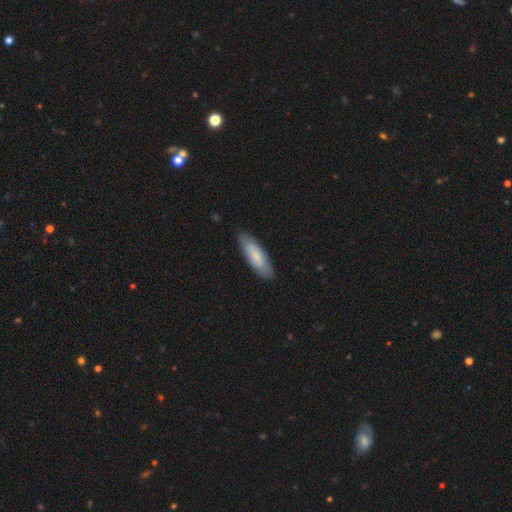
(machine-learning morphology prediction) Smooth or featured? Predicted: smooth (p=0.73). How rounded? Predicted: in between (p=0.53). Merging? Predicted: none (p=0.83).